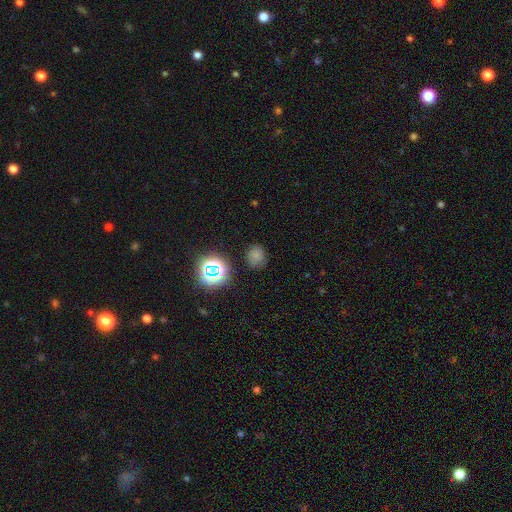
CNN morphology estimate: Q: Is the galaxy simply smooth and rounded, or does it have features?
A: smooth — 68%.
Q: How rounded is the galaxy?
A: round — 67%.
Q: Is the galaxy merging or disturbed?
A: none — 78%.